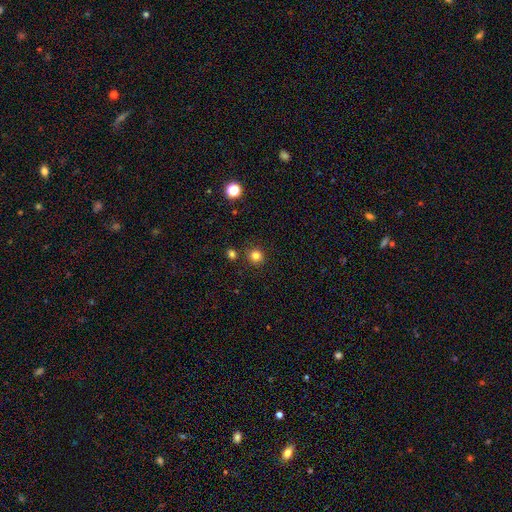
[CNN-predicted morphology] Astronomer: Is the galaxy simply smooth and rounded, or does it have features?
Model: smooth — 82%.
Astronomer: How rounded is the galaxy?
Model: round — 93%.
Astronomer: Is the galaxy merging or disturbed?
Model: none — 87%.